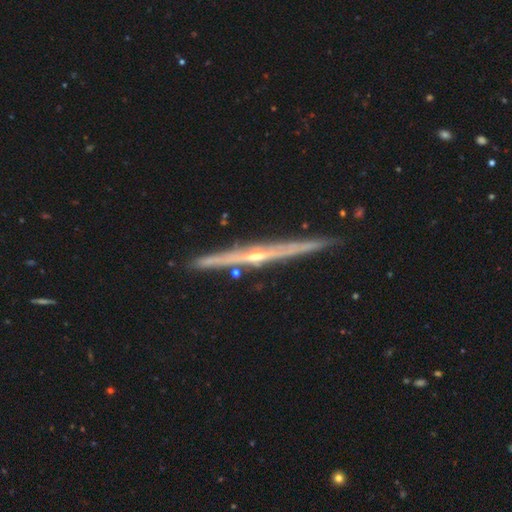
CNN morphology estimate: smooth-or-featured: featured or disk: 87% | smooth: 7% | star or artifact: 5%
  disk-edge-on: yes: 98% | no: 2%
    edge-on-bulge: rounded: 80% | none: 15% | boxy: 5%
  merging: none: 88% | minor disturbance: 8% | merger: 2% | major disturbance: 2%